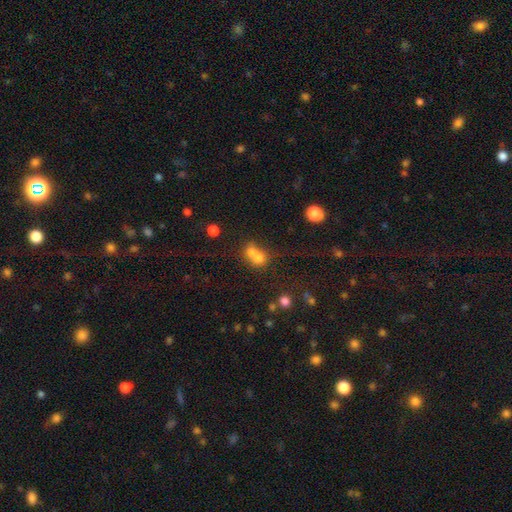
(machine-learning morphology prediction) This is likely a smooth galaxy (69%). How rounded: likely round (68%). Merging: likely merger (65%).